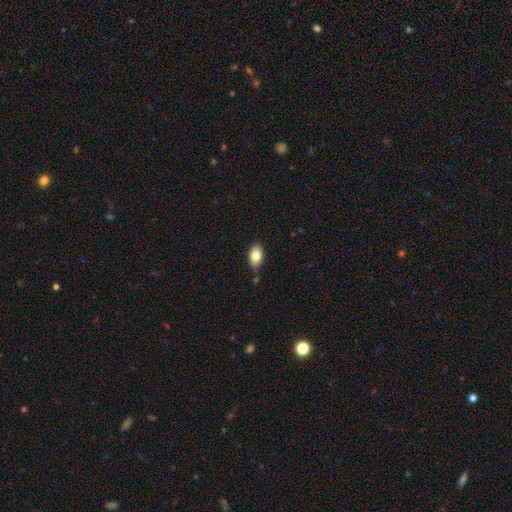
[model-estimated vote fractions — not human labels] A smooth galaxy with no disk features (81%) that is in between round and cigar-shaped (89%). Merging: none (80%).